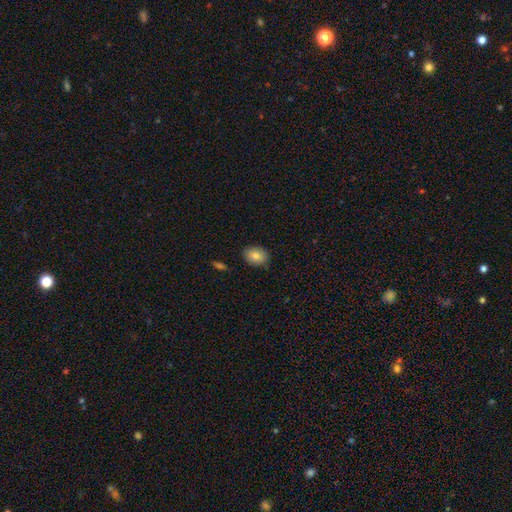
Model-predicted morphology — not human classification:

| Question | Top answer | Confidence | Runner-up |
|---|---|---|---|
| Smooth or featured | smooth | 82% | featured or disk (11%) |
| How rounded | in between | 68% | round (31%) |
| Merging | none | 86% | minor disturbance (11%) |